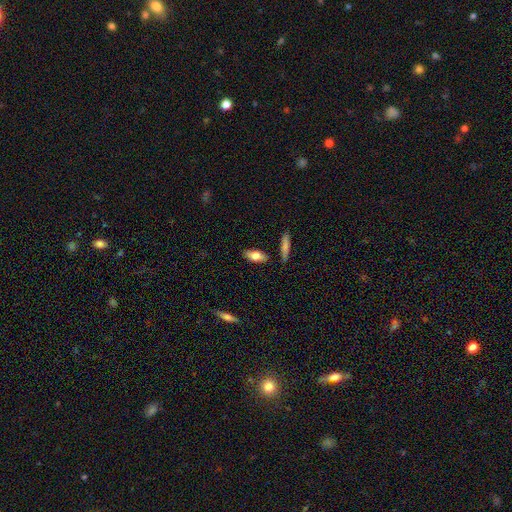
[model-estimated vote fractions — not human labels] smooth 70%, featured or disk 24%, star or artifact 7%. Down the decision tree: how rounded — in between (76%); merging — none (84%).